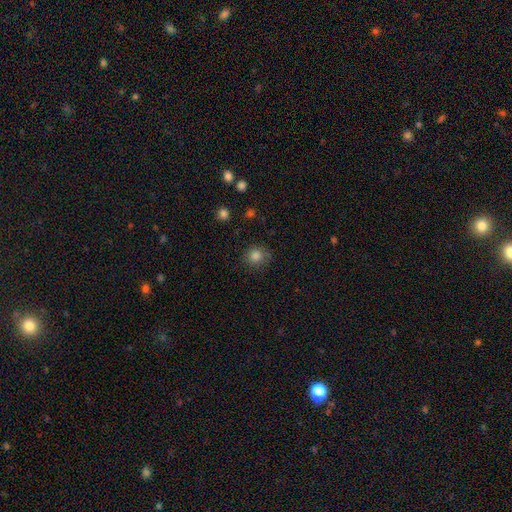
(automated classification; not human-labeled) Smooth or featured: smooth — 83% (star or artifact — 11%)
How rounded: round — 87% (in between — 12%)
Merging: none — 79% (minor disturbance — 15%)